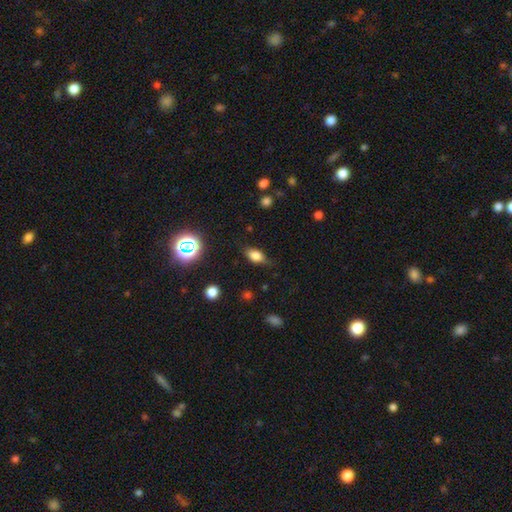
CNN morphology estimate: The model was most divided on "merging": none: 74%, minor disturbance: 19%, major disturbance: 5%, merger: 2%. More confident: how rounded — in between (81%); smooth or featured — smooth (73%).